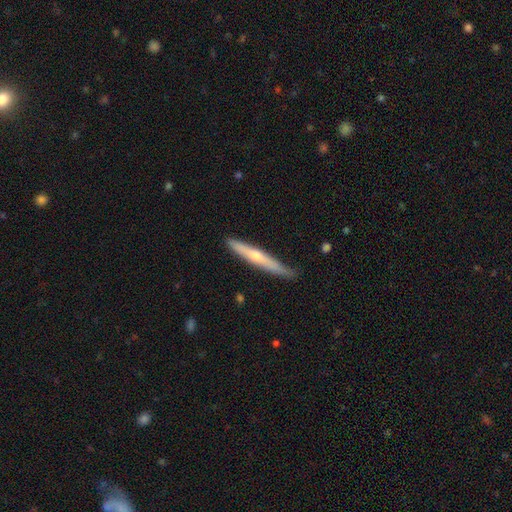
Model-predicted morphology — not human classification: A featured or disk galaxy (53%) viewed edge-on (93%). Merging: none (77%).